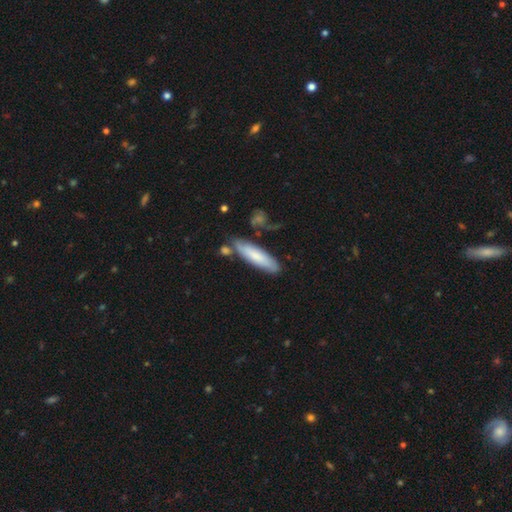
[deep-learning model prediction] The model was most divided on "how rounded": cigar-shaped: 68%, in between: 30%, round: 1%. More confident: merging — none (74%); smooth or featured — smooth (73%).